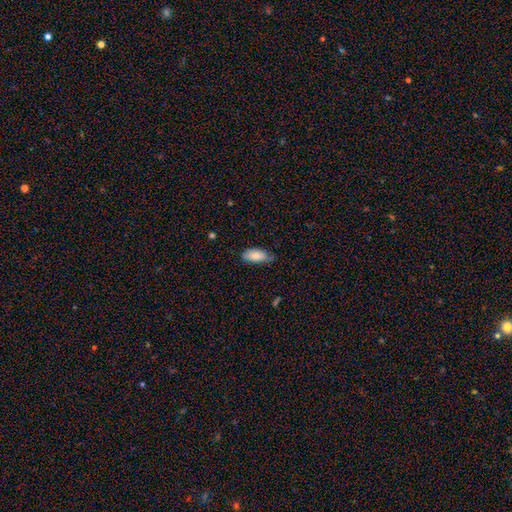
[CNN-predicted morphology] Q: Smooth or featured?
A: smooth (83%); runner-up: featured or disk (10%)
Q: How rounded?
A: in between (88%); runner-up: cigar-shaped (10%)
Q: Merging?
A: none (56%); runner-up: minor disturbance (36%)